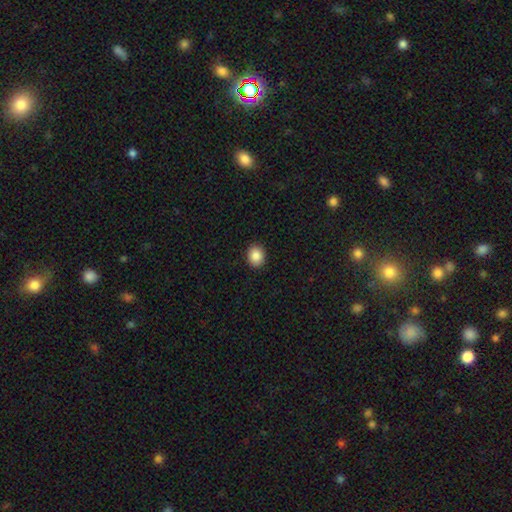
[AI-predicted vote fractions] Smooth or featured? Predicted: smooth (p=0.88). How rounded? Predicted: round (p=0.65). Merging? Predicted: none (p=0.91).